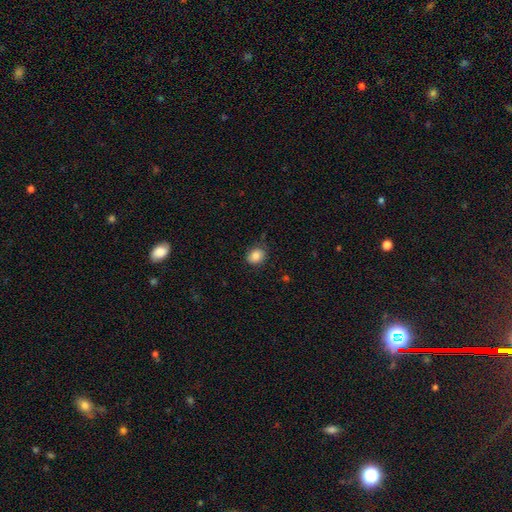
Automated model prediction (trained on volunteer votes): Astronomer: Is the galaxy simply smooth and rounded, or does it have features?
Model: smooth — 85%.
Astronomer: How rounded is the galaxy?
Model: in between — 52% (runner-up: round, 47%).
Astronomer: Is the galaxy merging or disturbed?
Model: none — 79%.